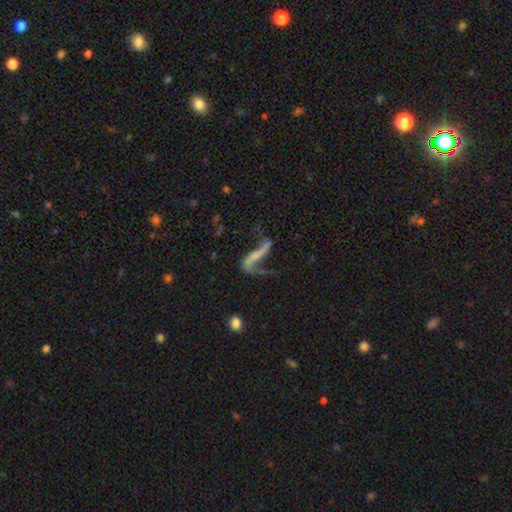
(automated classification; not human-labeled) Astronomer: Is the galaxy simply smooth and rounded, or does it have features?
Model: featured or disk — 65%.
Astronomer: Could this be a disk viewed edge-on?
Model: no — 81%.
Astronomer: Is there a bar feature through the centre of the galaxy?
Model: no — 42% (runner-up: strong, 36%).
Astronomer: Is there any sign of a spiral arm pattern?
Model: yes — 71%.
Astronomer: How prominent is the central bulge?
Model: none — 58%.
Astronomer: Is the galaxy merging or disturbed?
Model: major disturbance — 39% (runner-up: none, 36%).